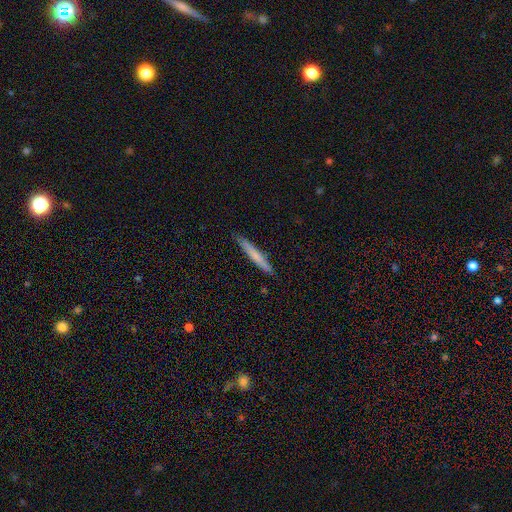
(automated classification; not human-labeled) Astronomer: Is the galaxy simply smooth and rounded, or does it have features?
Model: smooth — 67%.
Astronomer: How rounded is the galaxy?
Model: cigar-shaped — 96%.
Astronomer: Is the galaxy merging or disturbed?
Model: none — 89%.